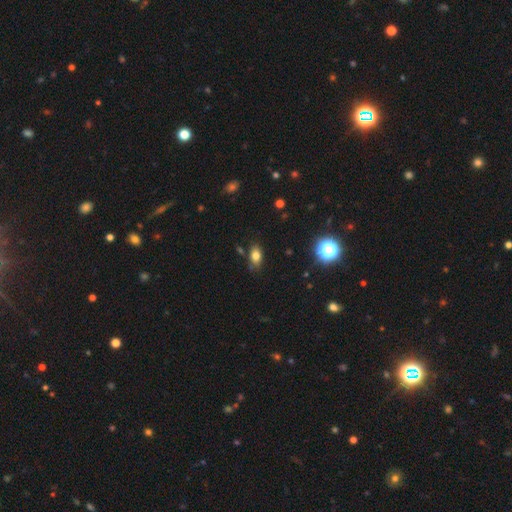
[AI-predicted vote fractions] Smooth or featured?
  - smooth: 78% *
  - star or artifact: 13%
  - featured or disk: 9%
How rounded?
  - in between: 86% *
  - round: 11%
  - cigar-shaped: 3%
Merging?
  - none: 77% *
  - minor disturbance: 16%
  - major disturbance: 3%
  - merger: 3%